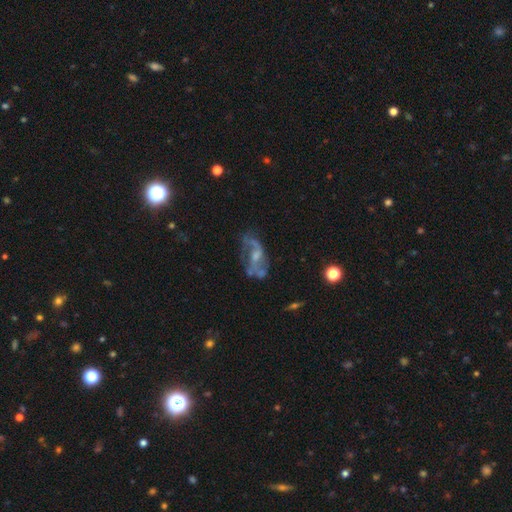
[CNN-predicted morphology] A featured or disk galaxy (78%) with no bar (47%), 2 (74%) loose (60%) spiral arms (80%) and a small central bulge (39%).

Vote fractions:
- Smooth or featured? featured or disk: 78% / smooth: 13% / star or artifact: 10%
- Edge-on disk? no: 95% / yes: 5%
- Bar? no: 47% / weak: 42% / strong: 11%
- Spiral arms? yes: 80% / no: 20%
- Spiral winding? loose: 60% / medium: 31% / tight: 9%
- Spiral arm count? 2: 74% / can't tell: 12% / 1: 8% / 3: 3% / 4: 2% / more than 4: 2%
- Bulge size? small: 39% / moderate: 37% / none: 19% / large: 4% / dominant: 1%
- Merging? none: 46% / major disturbance: 25% / minor disturbance: 20% / merger: 9%